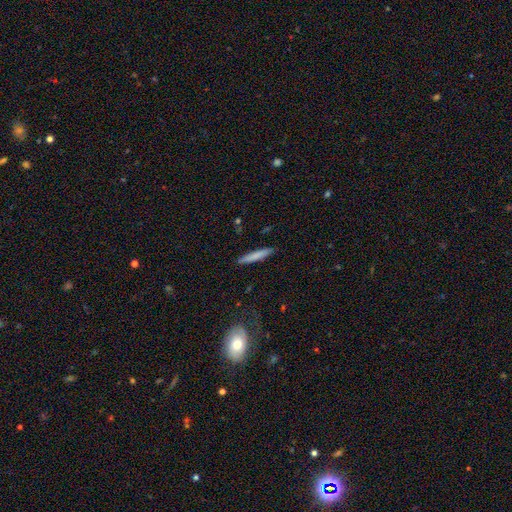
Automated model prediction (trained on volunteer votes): Morphology: type=smooth (74%); roundness=cigar-shaped (95%); merging=none (89%).